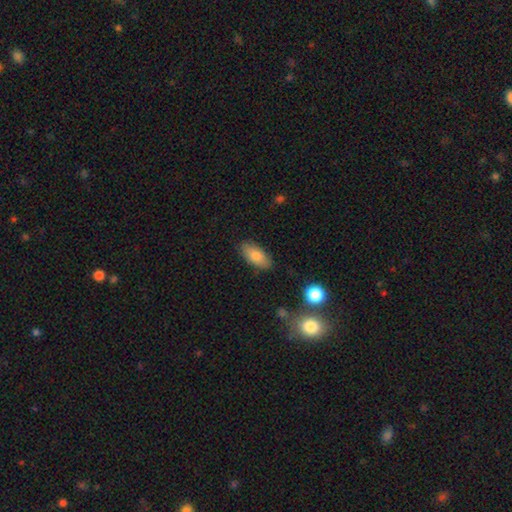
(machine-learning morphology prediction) Q: Smooth or featured?
A: smooth (82%); runner-up: featured or disk (11%)
Q: How rounded?
A: in between (88%); runner-up: cigar-shaped (9%)
Q: Merging?
A: none (84%); runner-up: minor disturbance (11%)